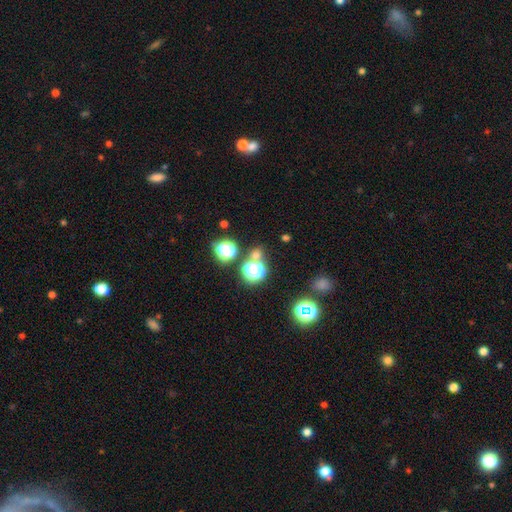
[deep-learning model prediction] The model was most divided on "smooth or featured": smooth: 56%, star or artifact: 38%, featured or disk: 7%. More confident: how rounded — round (84%); merging — none (70%).